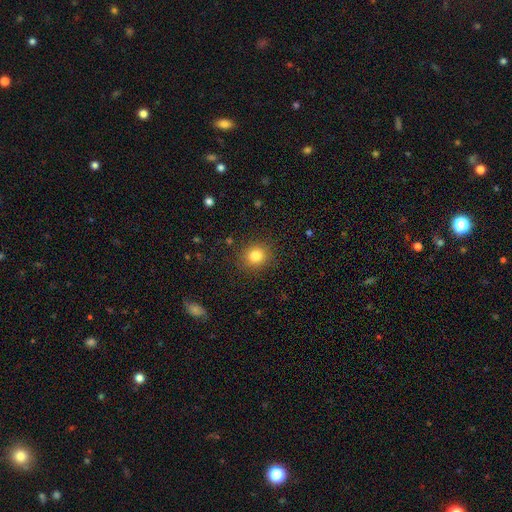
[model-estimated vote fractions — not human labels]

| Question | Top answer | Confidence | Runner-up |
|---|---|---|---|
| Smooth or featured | smooth | 81% | star or artifact (12%) |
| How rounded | round | 82% | in between (17%) |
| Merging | none | 88% | minor disturbance (8%) |